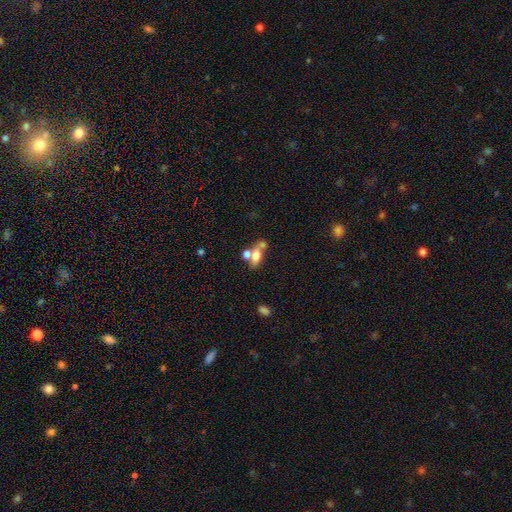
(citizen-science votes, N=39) Overall: smooth (82%). How rounded: in between (84%). Merging: none (32%, tied with merger).